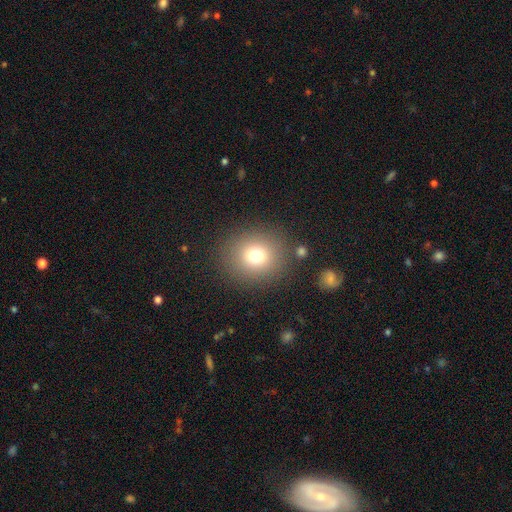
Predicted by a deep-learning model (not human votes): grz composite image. It shows a smooth galaxy with no disk features (75%) that is round (83%). Merging: none (85%).